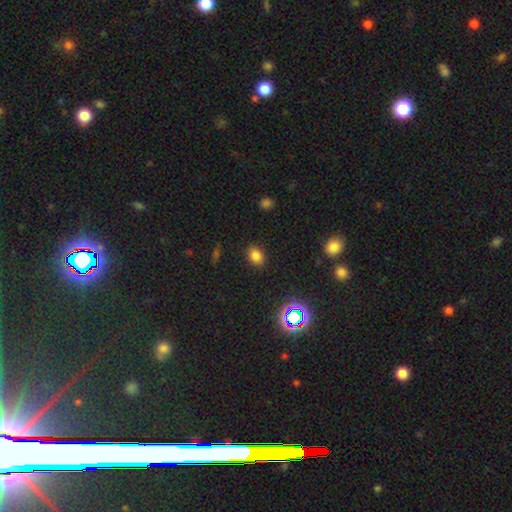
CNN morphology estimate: Smooth or featured? Predicted: smooth (p=0.78). How rounded? Predicted: in between (p=0.65). Merging? Predicted: none (p=0.87).